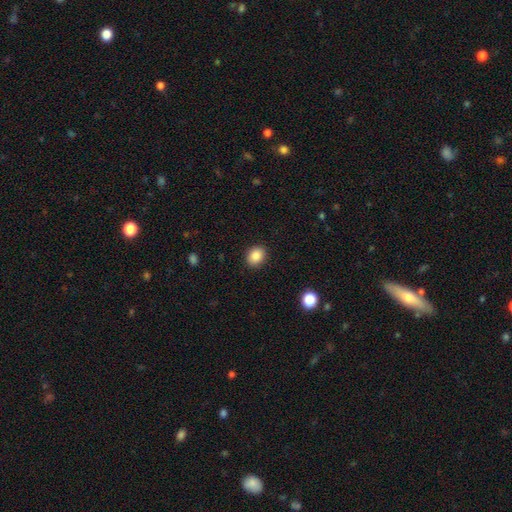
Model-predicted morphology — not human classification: Smooth or featured: smooth — 88% (star or artifact — 9%)
How rounded: round — 52% (in between — 47%)
Merging: none — 90% (minor disturbance — 7%)